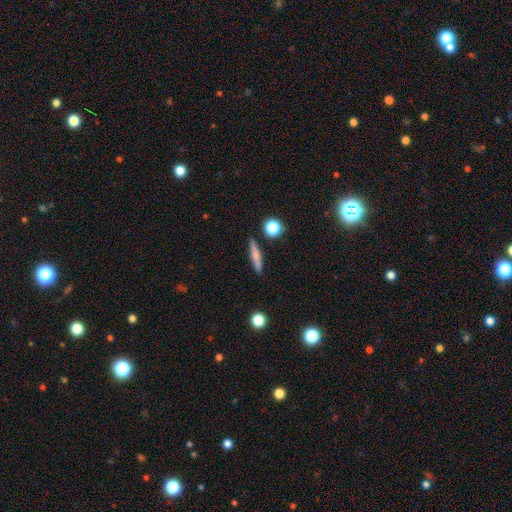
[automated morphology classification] smooth 60%, featured or disk 32%, star or artifact 9%. Down the decision tree: how rounded — cigar-shaped (83%); merging — none (87%).